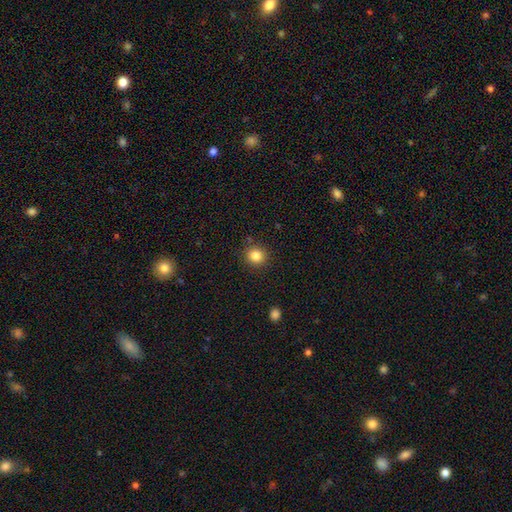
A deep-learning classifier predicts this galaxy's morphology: A smooth galaxy with no disk features (84%) that is round (91%).

Vote fractions:
- Smooth or featured? smooth: 84% / star or artifact: 11% / featured or disk: 5%
- How rounded? round: 91% / in between: 8% / cigar-shaped: 1%
- Merging? none: 89% / minor disturbance: 7% / major disturbance: 2% / merger: 2%